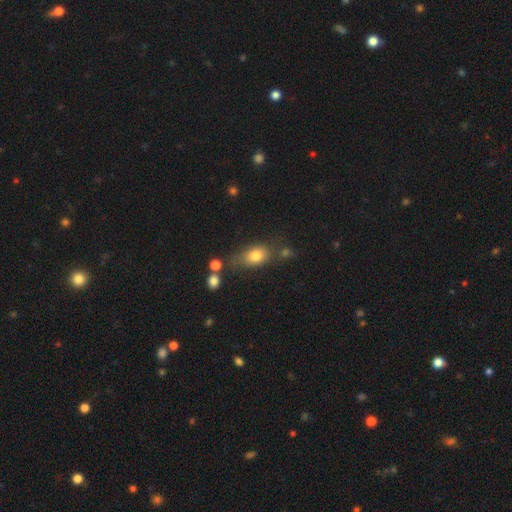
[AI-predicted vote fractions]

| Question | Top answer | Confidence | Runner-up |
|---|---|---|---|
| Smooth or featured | smooth | 78% | featured or disk (11%) |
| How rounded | in between | 76% | round (19%) |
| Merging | none | 57% | minor disturbance (21%) |